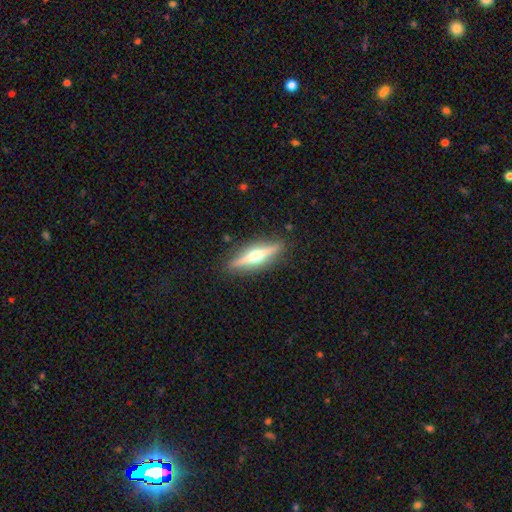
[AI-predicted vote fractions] Smooth or featured? Predicted: featured or disk (p=0.75). Edge-on disk? Predicted: yes (p=0.96). Edge-on bulge? Predicted: rounded (p=0.95). Merging? Predicted: none (p=0.89).